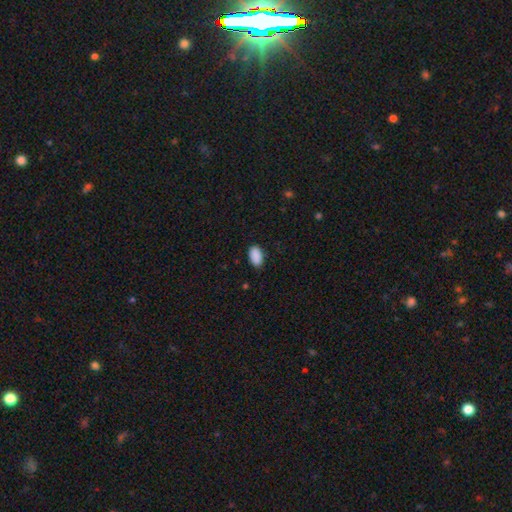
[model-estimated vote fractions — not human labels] This is clearly a smooth galaxy (90%). How rounded: clearly in between (94%). Merging: clearly none (86%).